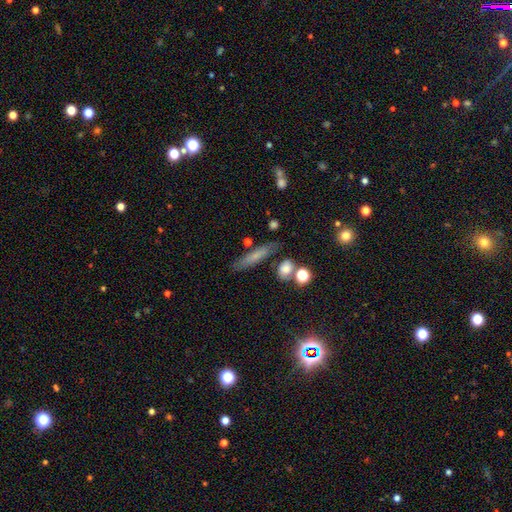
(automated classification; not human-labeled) smooth-or-featured: smooth: 62% | featured or disk: 26% | star or artifact: 12%
  how-rounded: cigar-shaped: 82% | in between: 14% | round: 4%
  merging: none: 78% | minor disturbance: 13% | merger: 5% | major disturbance: 4%